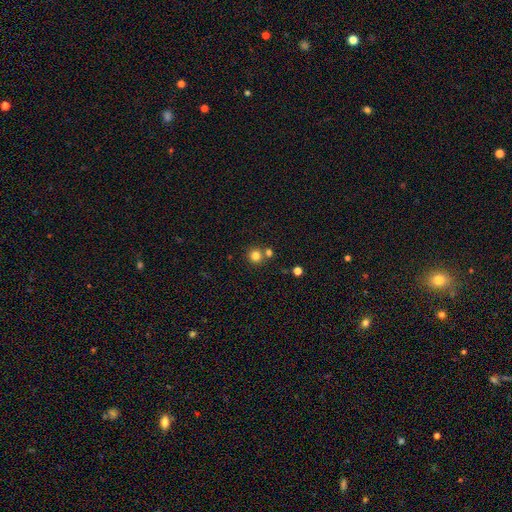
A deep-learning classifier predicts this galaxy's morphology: This is clearly a smooth galaxy (81%). How rounded: clearly round (93%). Merging: likely none (69%).